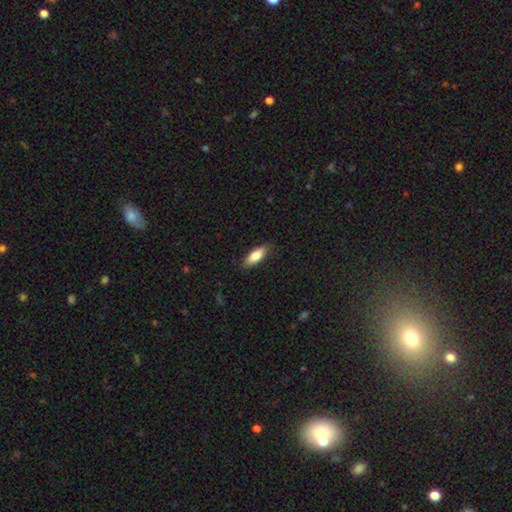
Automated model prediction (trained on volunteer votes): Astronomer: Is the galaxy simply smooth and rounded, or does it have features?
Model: smooth — 82%.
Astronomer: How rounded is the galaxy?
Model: in between — 71%.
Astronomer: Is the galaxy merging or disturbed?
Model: none — 85%.